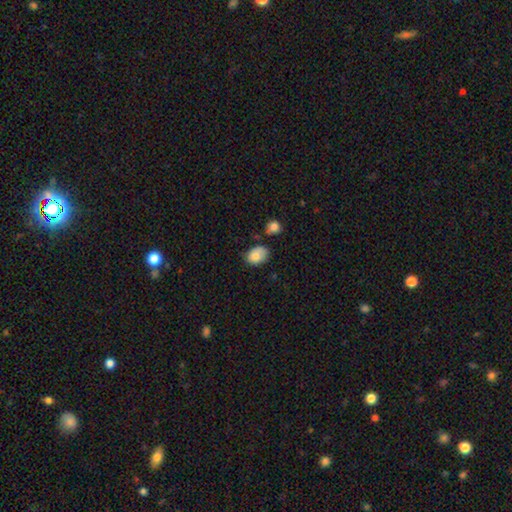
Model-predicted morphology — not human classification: smooth 79%, featured or disk 12%, star or artifact 9%. Down the decision tree: how rounded — in between (72%); merging — none (53%).